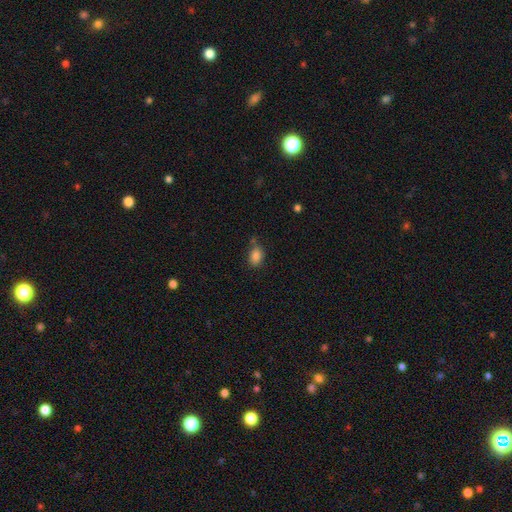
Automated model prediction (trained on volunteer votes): Morphology: type=smooth (86%); roundness=in between (80%); merging=none (66%).